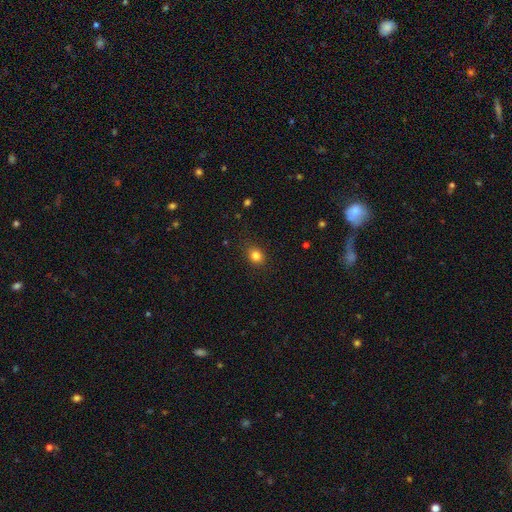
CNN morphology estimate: type=smooth (83%); roundness=round (62%); merging=none (87%).